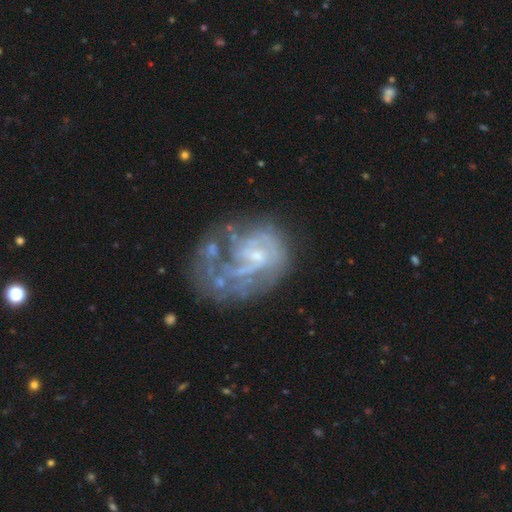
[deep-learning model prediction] Q: Smooth or featured?
A: featured or disk (78%); runner-up: smooth (13%)
Q: Edge-on disk?
A: no (98%); runner-up: yes (2%)
Q: Bar?
A: no (57%); runner-up: weak (37%)
Q: Spiral arms?
A: yes (72%); runner-up: no (28%)
Q: Spiral winding?
A: tight (37%); runner-up: medium (36%)
Q: Spiral arm count?
A: can't tell (34%); runner-up: 1 (28%)
Q: Bulge size?
A: small (59%); runner-up: none (20%)
Q: Merging?
A: major disturbance (36%); tied with: none (36%)